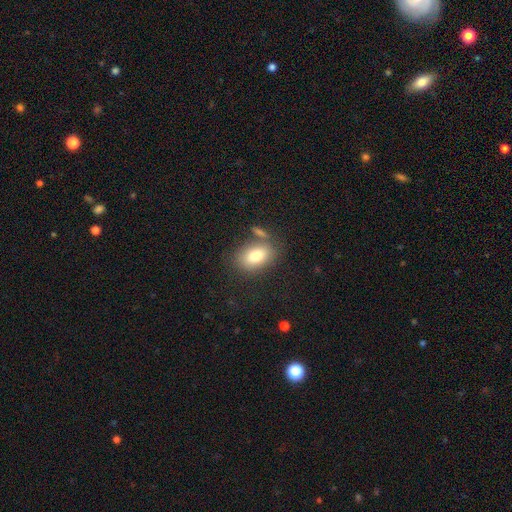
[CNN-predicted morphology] This appears to be a smooth galaxy with no disk features (79%) that is in between round and cigar-shaped (84%). Merging: none (67%).